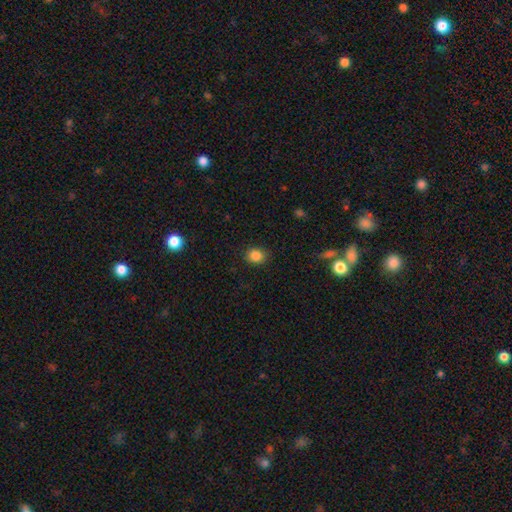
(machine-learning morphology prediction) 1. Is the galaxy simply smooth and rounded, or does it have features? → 85% smooth, 11% star or artifact, 4% featured or disk.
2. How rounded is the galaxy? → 65% round, 34% in between, 1% cigar-shaped.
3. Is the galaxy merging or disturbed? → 88% none, 9% minor disturbance, 2% major disturbance, 1% merger.